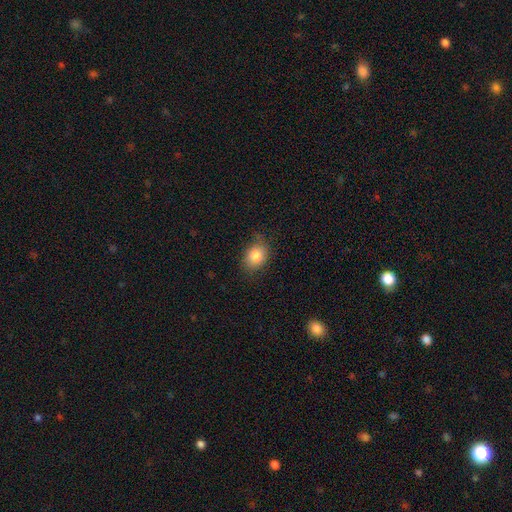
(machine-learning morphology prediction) smooth-or-featured: smooth: 86% | star or artifact: 8% | featured or disk: 6%
  how-rounded: in between: 62% | round: 37% | cigar-shaped: 1%
  merging: none: 78% | minor disturbance: 17% | major disturbance: 4% | merger: 1%